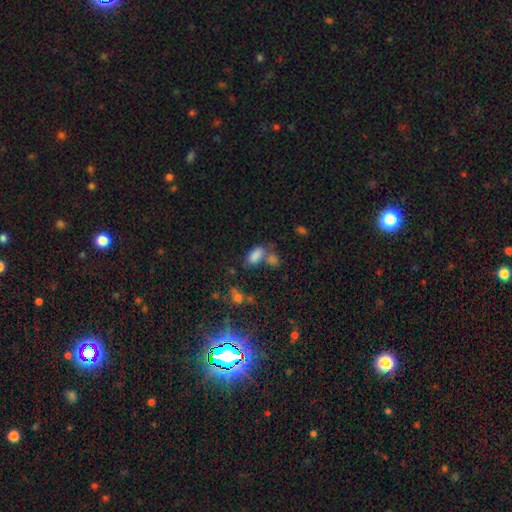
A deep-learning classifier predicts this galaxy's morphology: Smooth or featured? Predicted: smooth (p=0.80). How rounded? Predicted: in between (p=0.89). Merging? Predicted: none (p=0.42).